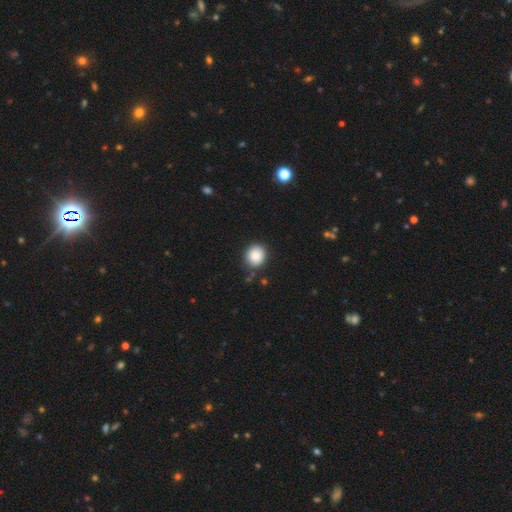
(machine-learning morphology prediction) smooth_or_featured: smooth (p=0.86) [alt: star or artifact p=0.09]
how_rounded: round (p=0.84) [alt: in between p=0.15]
merging: none (p=0.85) [alt: minor disturbance p=0.10]